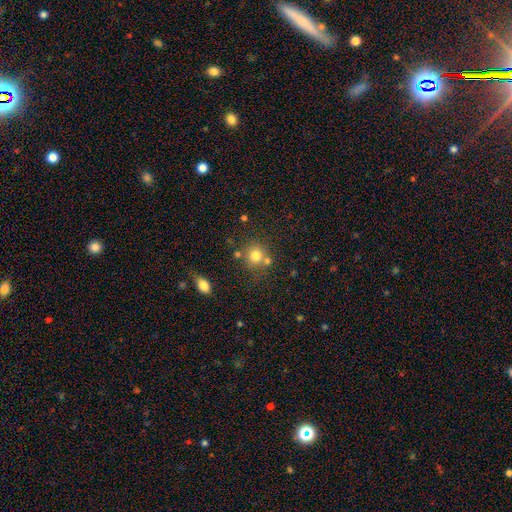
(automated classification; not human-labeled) Overall: smooth (77%). How rounded: round (86%). Merging: none (64%).